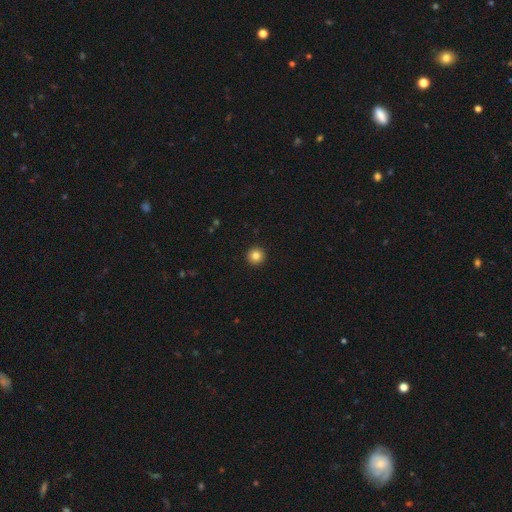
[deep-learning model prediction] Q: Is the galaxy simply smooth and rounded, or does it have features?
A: smooth — 84%.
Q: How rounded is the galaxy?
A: round — 96%.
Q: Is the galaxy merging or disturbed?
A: none — 94%.